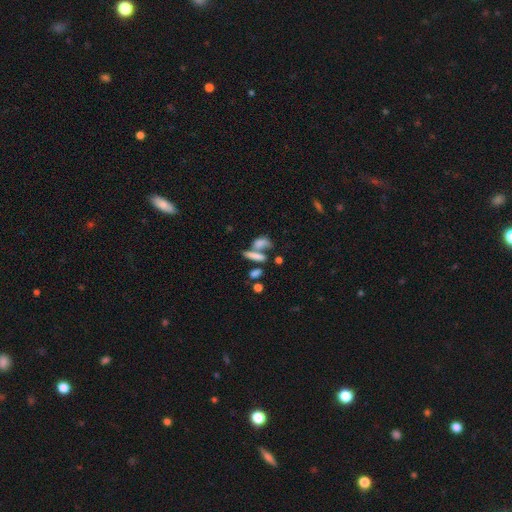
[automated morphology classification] smooth 70%, featured or disk 18%, star or artifact 11%. Down the decision tree: how rounded — in between (48%); merging — merger (45%).